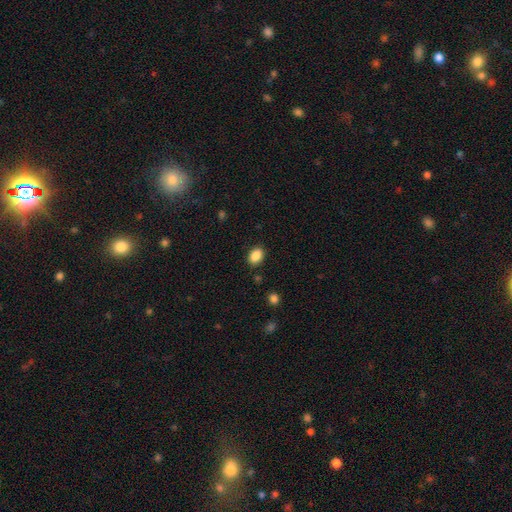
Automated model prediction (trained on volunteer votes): This is clearly a smooth galaxy (88%). How rounded: likely in between (75%). Merging: clearly none (87%).